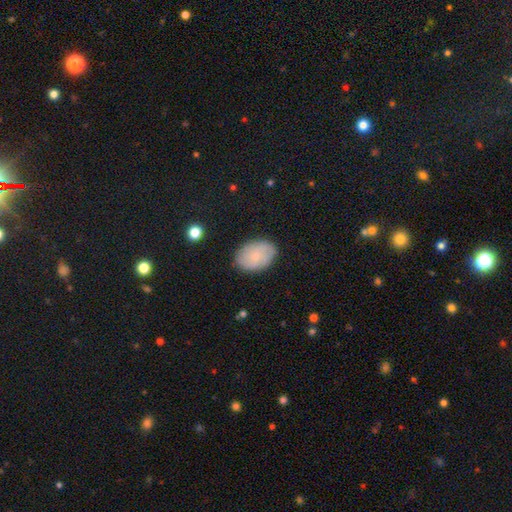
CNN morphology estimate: smooth 63%, featured or disk 28%, star or artifact 8%. Down the decision tree: how rounded — in between (84%); merging — none (82%).